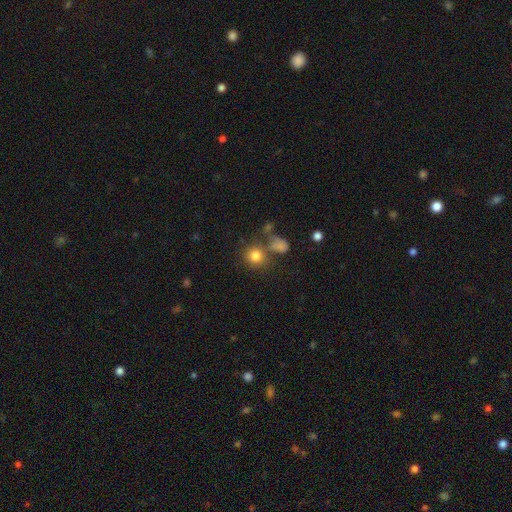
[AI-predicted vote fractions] A smooth galaxy with no disk features (80%) that is round (86%). Merging: none (63%).